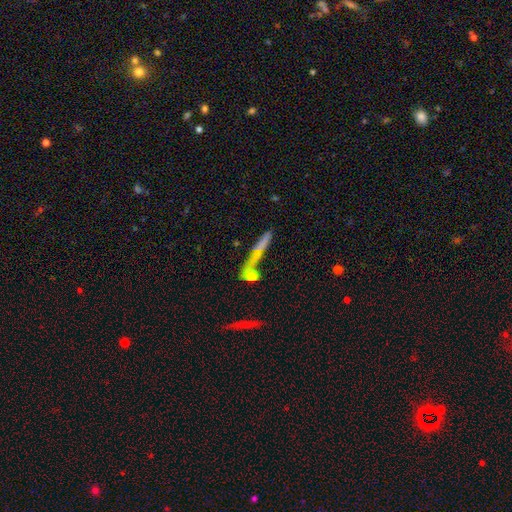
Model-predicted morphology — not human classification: Smooth or featured: smooth — 52% (featured or disk — 35%)
How rounded: cigar-shaped — 82% (round — 9%)
Merging: none — 52% (merger — 22%)